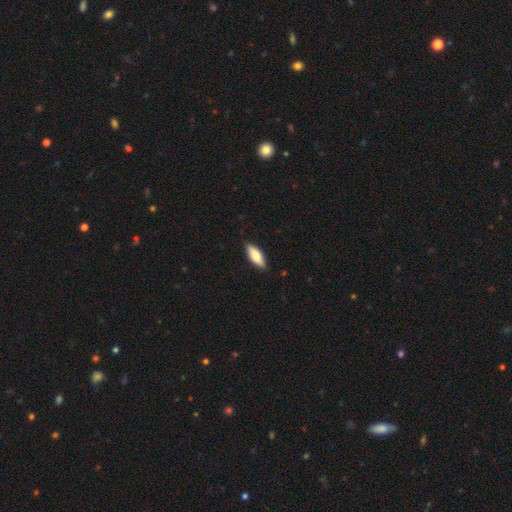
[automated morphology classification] A smooth galaxy with no disk features (77%) that is in between round and cigar-shaped (74%). Merging: none (86%).